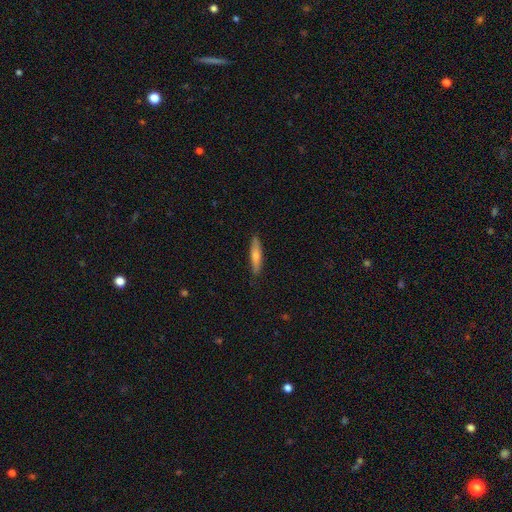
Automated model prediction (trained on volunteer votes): The model was most divided on "smooth or featured": smooth: 60%, featured or disk: 34%, star or artifact: 6%. More confident: merging — none (88%); how rounded — cigar-shaped (83%).